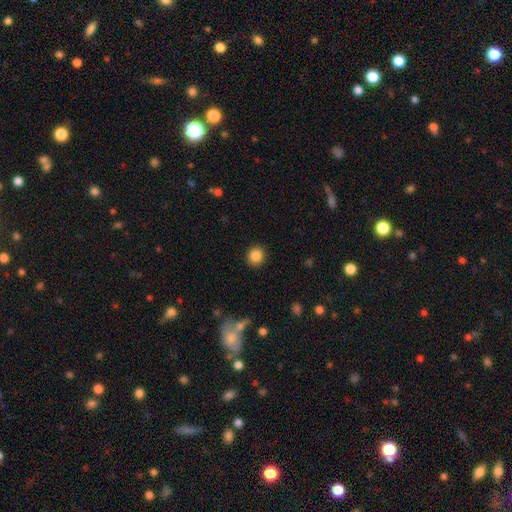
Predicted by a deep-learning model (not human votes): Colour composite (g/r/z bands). It shows a smooth galaxy with no disk features (86%) that is round (88%). Merging: none (91%).